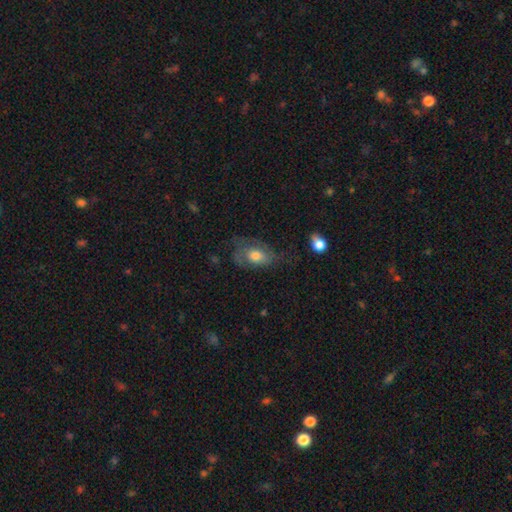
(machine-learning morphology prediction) Overall: smooth (56%; featured or disk 36%). How rounded: in between (82%). Merging: none (42%; minor disturbance 29%).